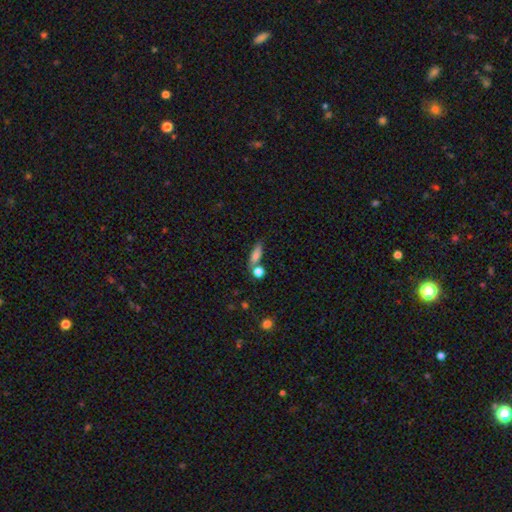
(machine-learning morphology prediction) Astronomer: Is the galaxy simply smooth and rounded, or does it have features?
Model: smooth — 72%.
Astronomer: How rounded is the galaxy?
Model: in between — 53% (runner-up: cigar-shaped, 39%).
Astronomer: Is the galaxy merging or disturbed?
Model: none — 58%.